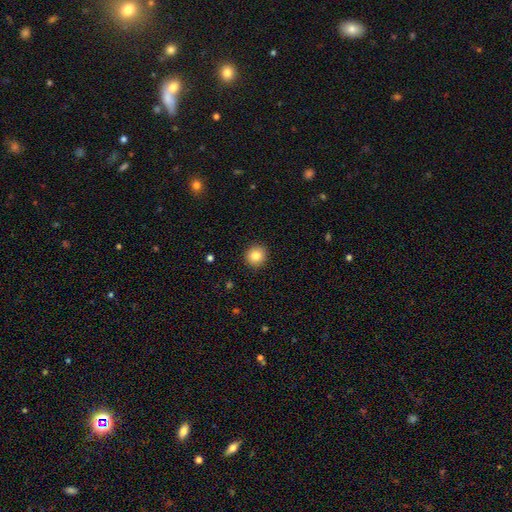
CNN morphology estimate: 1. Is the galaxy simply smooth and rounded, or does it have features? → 83% smooth, 10% star or artifact, 7% featured or disk.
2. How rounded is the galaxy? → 90% round, 9% in between, 1% cigar-shaped.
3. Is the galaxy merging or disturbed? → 91% none, 6% minor disturbance, 2% major disturbance, 1% merger.